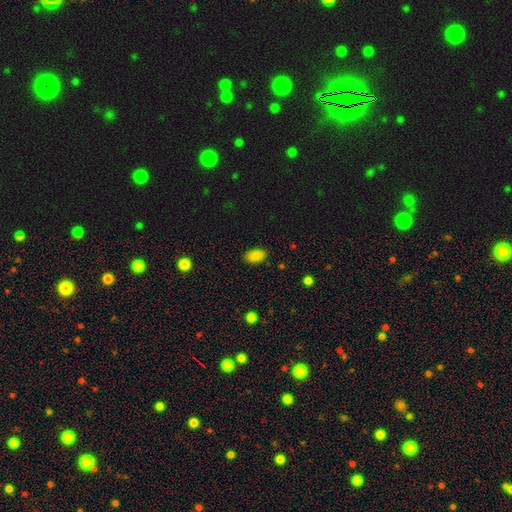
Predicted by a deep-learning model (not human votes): Smooth or featured?
  - smooth: 86% *
  - star or artifact: 11%
  - featured or disk: 3%
How rounded?
  - in between: 92% *
  - round: 6%
  - cigar-shaped: 2%
Merging?
  - none: 86% *
  - minor disturbance: 10%
  - major disturbance: 2%
  - merger: 1%